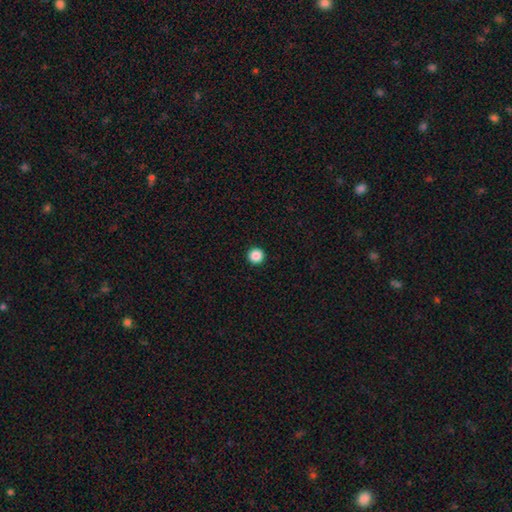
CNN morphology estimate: Overall: smooth (87%). How rounded: round (97%). Merging: none (94%).